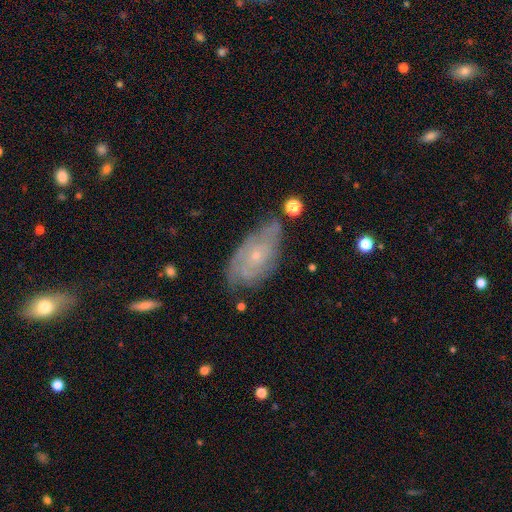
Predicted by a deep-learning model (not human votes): Q: Smooth or featured?
A: featured or disk (62%); runner-up: smooth (29%)
Q: Edge-on disk?
A: no (92%); runner-up: yes (8%)
Q: Bar?
A: no (81%); runner-up: weak (16%)
Q: Spiral arms?
A: yes (73%); runner-up: no (27%)
Q: Bulge size?
A: small (77%); runner-up: moderate (19%)
Q: Merging?
A: none (61%); runner-up: minor disturbance (27%)